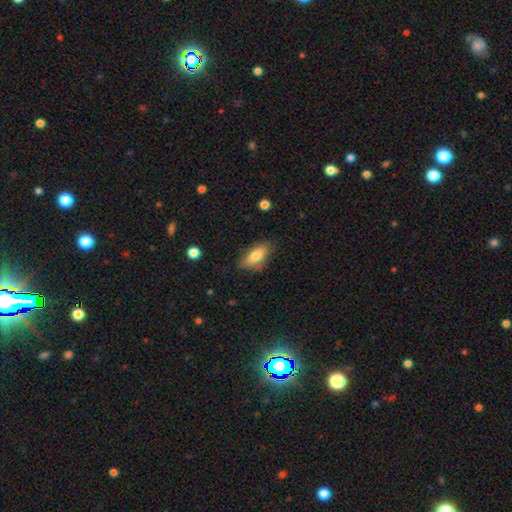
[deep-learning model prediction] This appears to be a smooth galaxy with no disk features (74%) that is in between round and cigar-shaped (81%). Merging: none (74%).